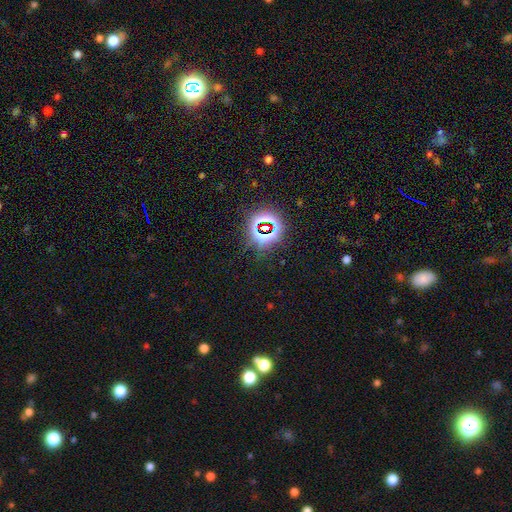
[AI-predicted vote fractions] Smooth or featured?
  - star or artifact: 79% *
  - smooth: 13%
  - featured or disk: 8%